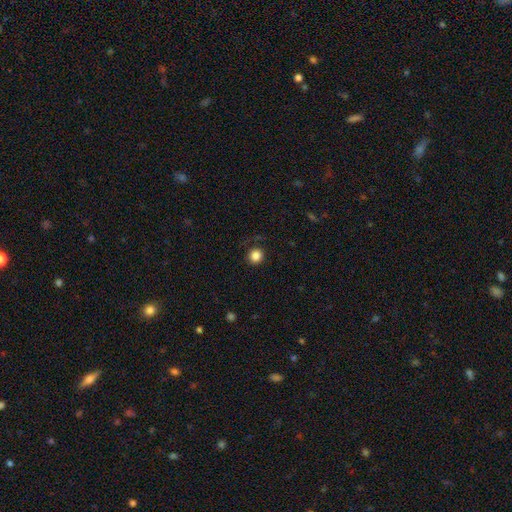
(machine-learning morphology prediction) A smooth galaxy with no disk features (84%) that is round (93%).

Vote fractions:
- Smooth or featured? smooth: 84% / star or artifact: 11% / featured or disk: 4%
- How rounded? round: 93% / in between: 6% / cigar-shaped: 1%
- Merging? none: 86% / minor disturbance: 9% / major disturbance: 4% / merger: 1%